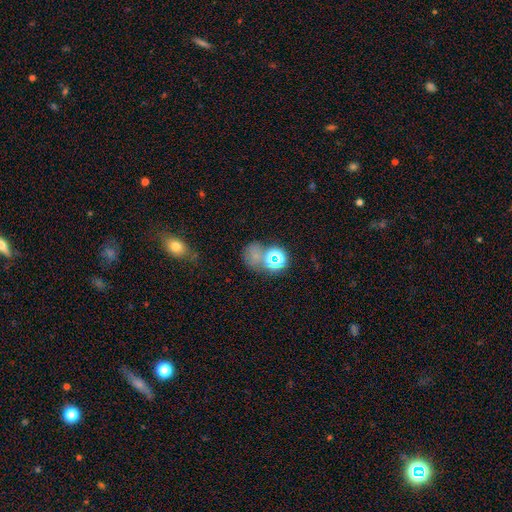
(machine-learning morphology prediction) This appears to be a smooth galaxy with no disk features (50%) that is round (63%). Merging: none (49%).